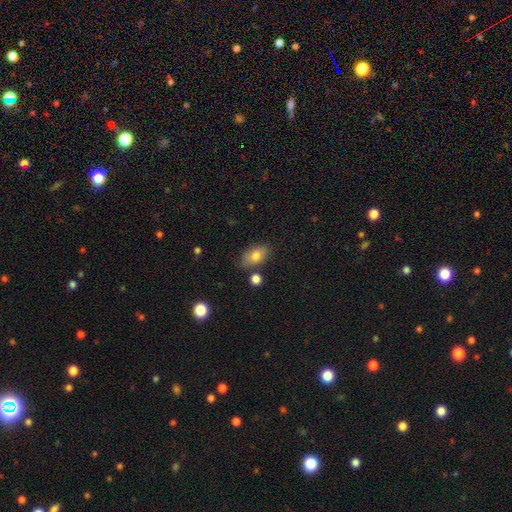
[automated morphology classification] Smooth or featured?
  - smooth: 77% *
  - featured or disk: 14%
  - star or artifact: 9%
How rounded?
  - in between: 87% *
  - round: 10%
  - cigar-shaped: 2%
Merging?
  - none: 73% *
  - minor disturbance: 18%
  - merger: 6%
  - major disturbance: 4%